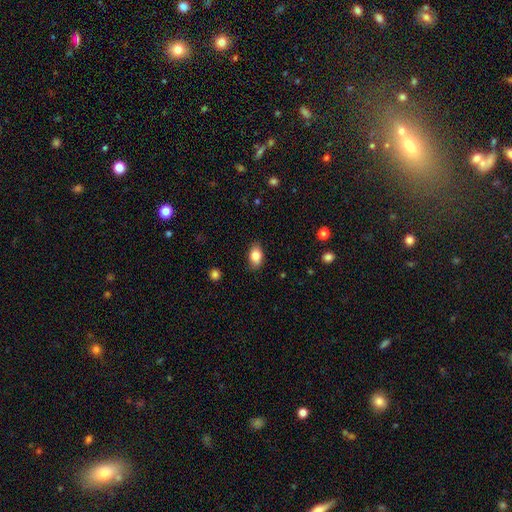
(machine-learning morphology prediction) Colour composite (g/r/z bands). It shows a smooth galaxy with no disk features (84%) that is in between round and cigar-shaped (86%). Merging: none (84%).